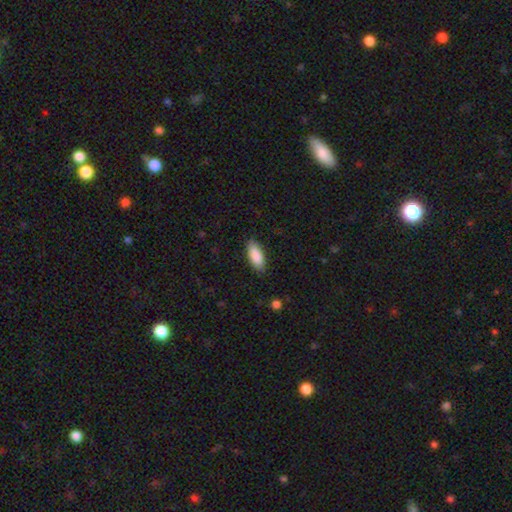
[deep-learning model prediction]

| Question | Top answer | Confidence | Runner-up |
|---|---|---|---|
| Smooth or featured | smooth | 89% | featured or disk (6%) |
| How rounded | in between | 84% | cigar-shaped (14%) |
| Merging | none | 85% | minor disturbance (12%) |